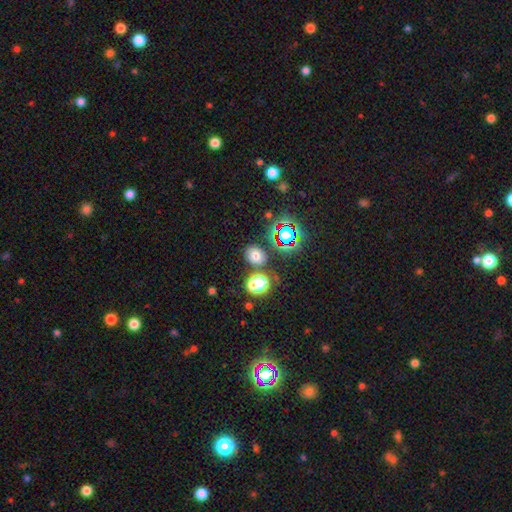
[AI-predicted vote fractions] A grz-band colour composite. It shows a smooth galaxy with no disk features (66%) that is round (50%). Merging: none (77%).